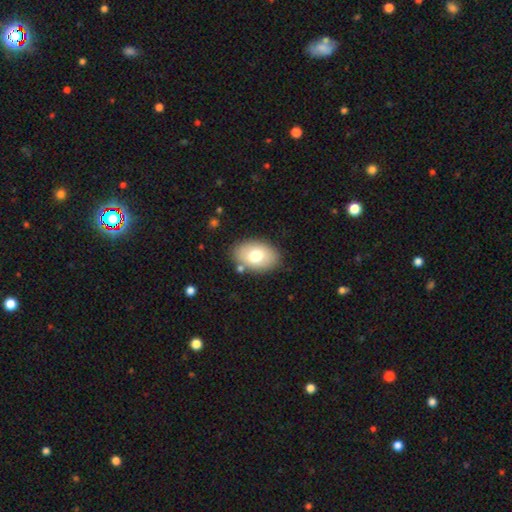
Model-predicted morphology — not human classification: Smooth or featured? Predicted: smooth (p=0.73). How rounded? Predicted: in between (p=0.87). Merging? Predicted: none (p=0.83).